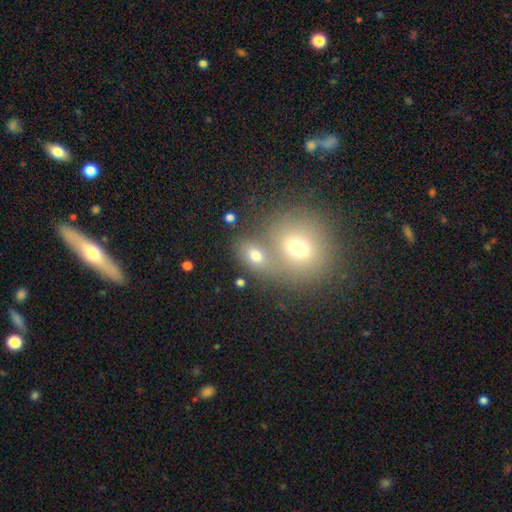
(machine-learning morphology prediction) Smooth or featured? smooth (71%)
How rounded? in between (53%)
Merging? merger (48%)